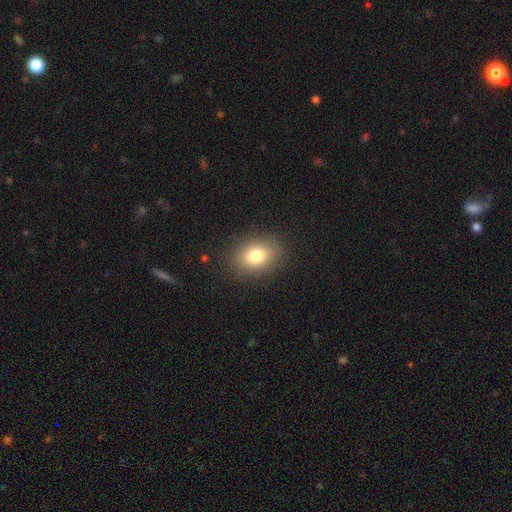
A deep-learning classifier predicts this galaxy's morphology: This appears to be a smooth galaxy with no disk features (80%) that is in between round and cigar-shaped (61%). Merging: none (87%).